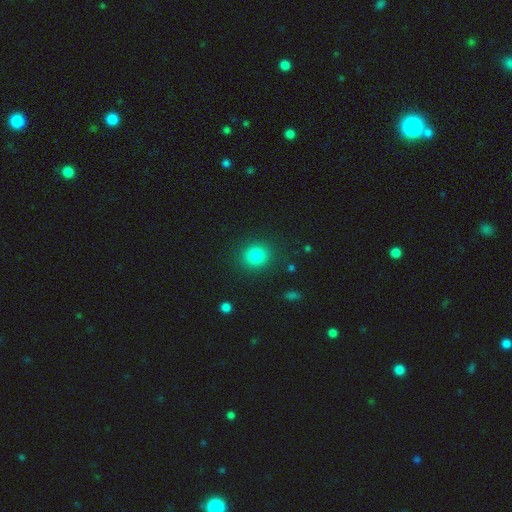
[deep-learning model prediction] Morphology: type=smooth (83%); roundness=round (84%); merging=none (89%).